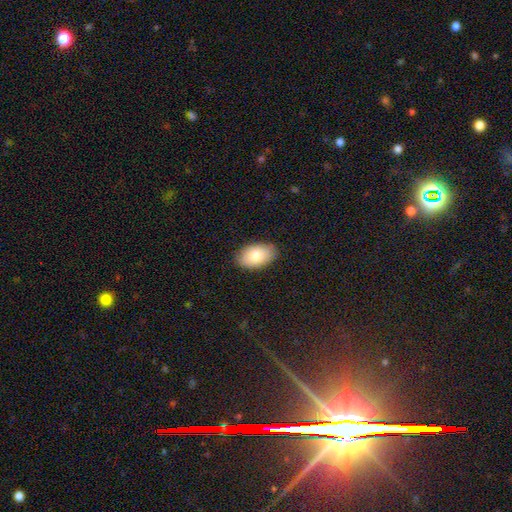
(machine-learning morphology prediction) Overall: smooth (81%). How rounded: in between (93%). Merging: none (85%).